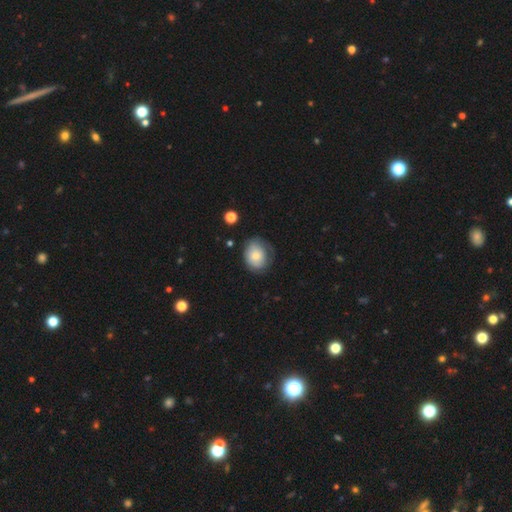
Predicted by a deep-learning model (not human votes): A smooth galaxy with no disk features (72%) that is round (51%). Merging: none (60%).